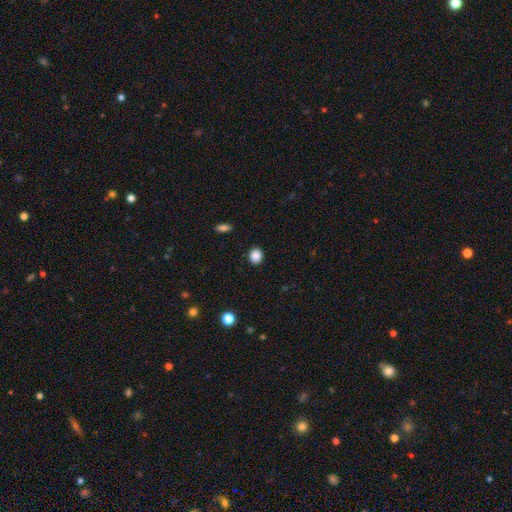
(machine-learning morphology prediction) This is clearly a smooth galaxy (87%). How rounded: likely round (72%). Merging: clearly none (90%).